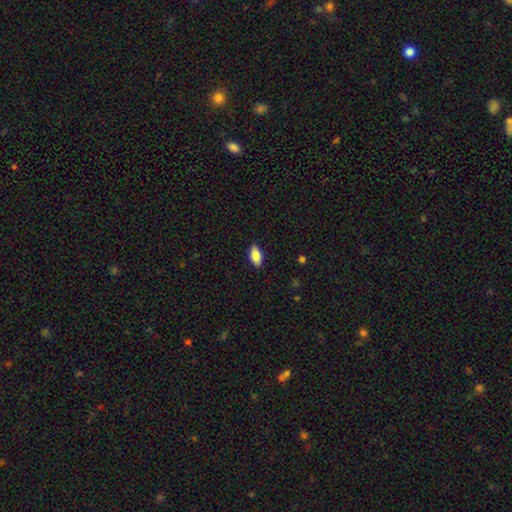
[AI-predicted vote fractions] This appears to be a smooth galaxy with no disk features (83%) that is in between round and cigar-shaped (88%). Merging: none (87%).